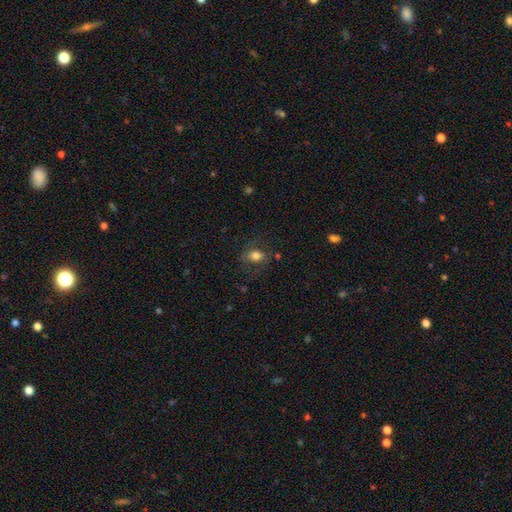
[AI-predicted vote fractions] This is likely a smooth galaxy (70%). How rounded: likely in between (73%). Merging: likely none (66%).